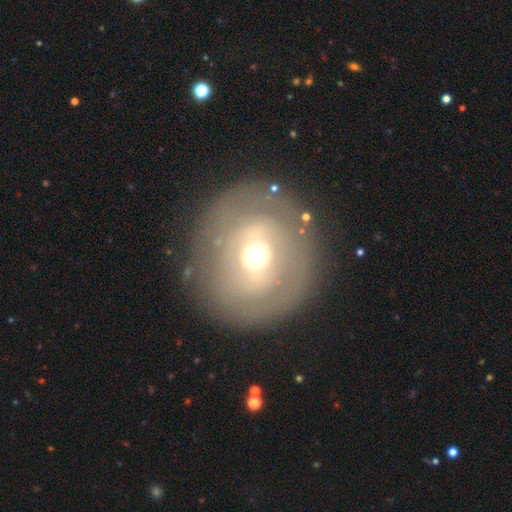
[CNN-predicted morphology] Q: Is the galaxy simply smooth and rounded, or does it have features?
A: featured or disk — 57%.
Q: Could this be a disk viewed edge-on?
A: no — 95%.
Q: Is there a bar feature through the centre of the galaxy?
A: no — 57%.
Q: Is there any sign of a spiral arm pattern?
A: no — 54%.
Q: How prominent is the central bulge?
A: moderate — 67%.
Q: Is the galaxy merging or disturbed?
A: none — 80%.